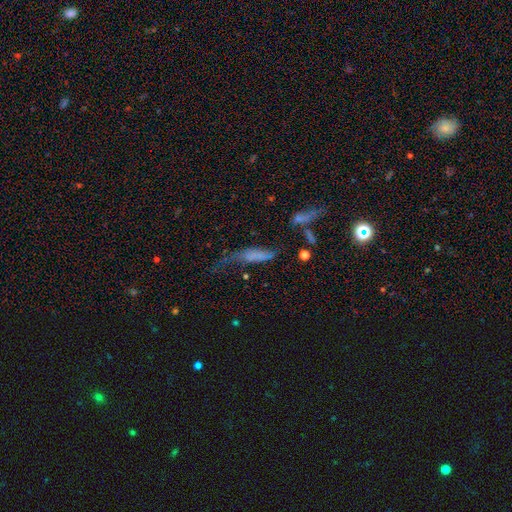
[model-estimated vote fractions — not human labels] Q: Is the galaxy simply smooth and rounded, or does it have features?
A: smooth — 58%.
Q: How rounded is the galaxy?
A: cigar-shaped — 58%.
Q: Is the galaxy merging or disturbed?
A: major disturbance — 38%.